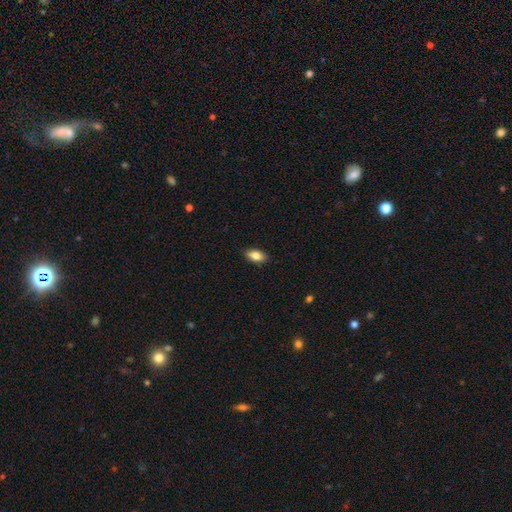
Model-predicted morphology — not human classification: The model was most divided on "smooth or featured": smooth: 83%, featured or disk: 9%, star or artifact: 7%. More confident: how rounded — in between (90%); merging — none (87%).